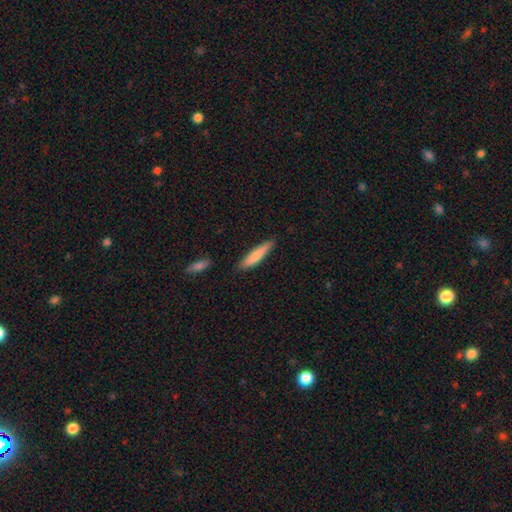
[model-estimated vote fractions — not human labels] smooth_or_featured: smooth (p=0.79) [alt: featured or disk p=0.16]
how_rounded: cigar-shaped (p=0.86) [alt: in between p=0.13]
merging: none (p=0.84) [alt: minor disturbance p=0.12]